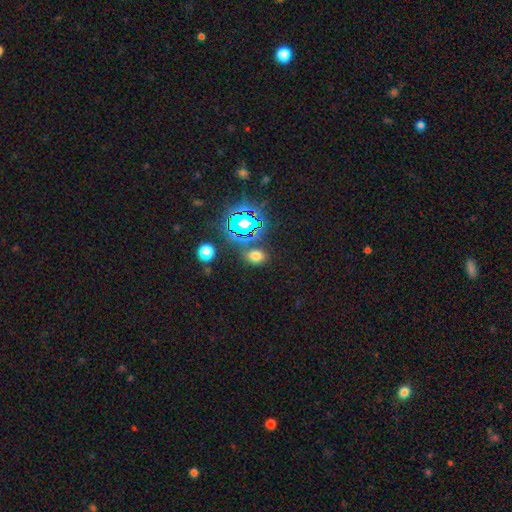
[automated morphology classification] This appears to be a smooth galaxy with no disk features (64%) that is in between round and cigar-shaped (64%). Merging: none (79%).